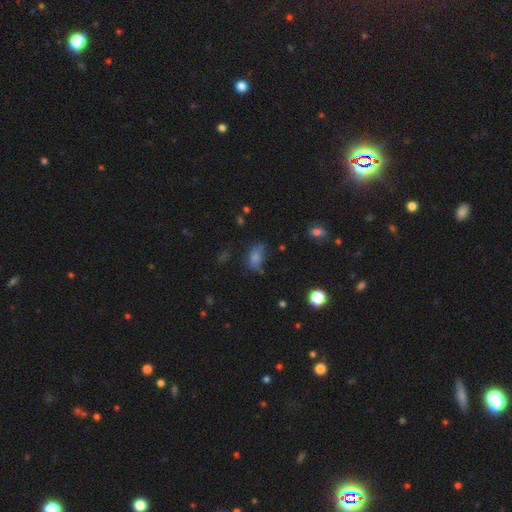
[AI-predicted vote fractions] Smooth or featured? smooth (67%)
How rounded? in between (82%)
Merging? none (57%)